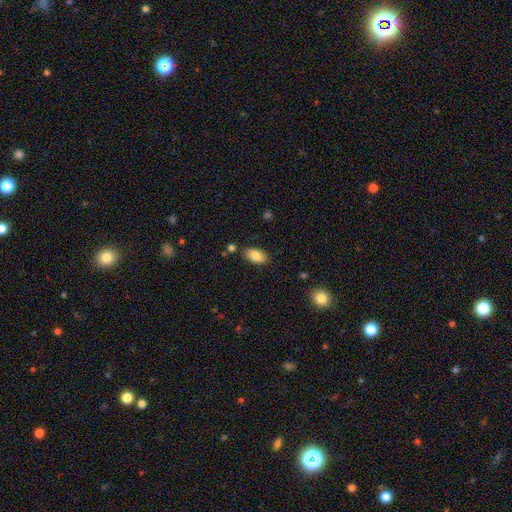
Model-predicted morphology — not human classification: The model was most divided on "merging": none: 81%, minor disturbance: 13%, merger: 3%, major disturbance: 3%. More confident: how rounded — in between (92%); smooth or featured — smooth (84%).